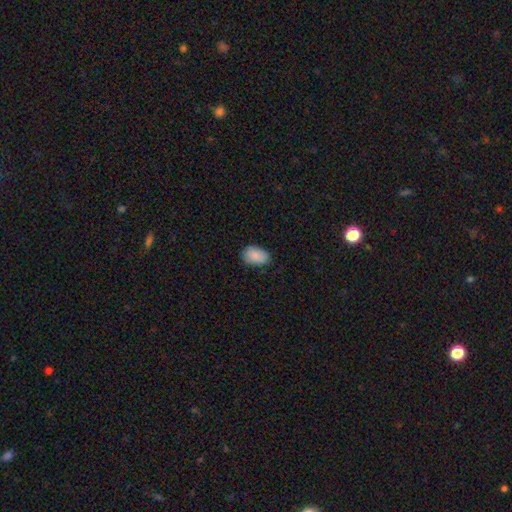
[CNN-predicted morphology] smooth-or-featured: smooth: 89% | star or artifact: 7% | featured or disk: 4%
  how-rounded: in between: 89% | round: 10% | cigar-shaped: 1%
  merging: none: 79% | minor disturbance: 17% | major disturbance: 3% | merger: 1%